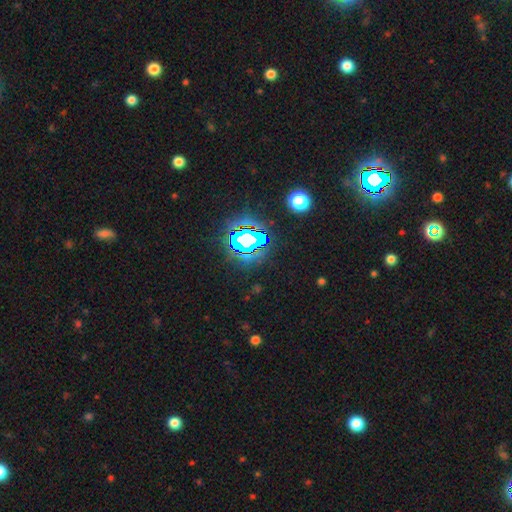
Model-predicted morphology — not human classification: star or artifact 83%, smooth 11%, featured or disk 7%.